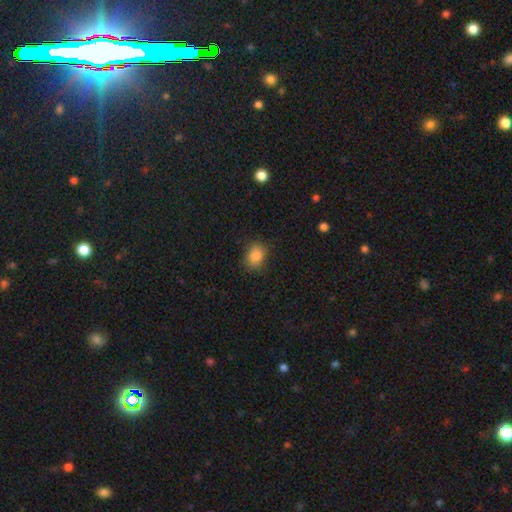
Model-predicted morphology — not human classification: smooth 85%, star or artifact 10%, featured or disk 5%. Down the decision tree: how rounded — in between (60%); merging — none (79%).